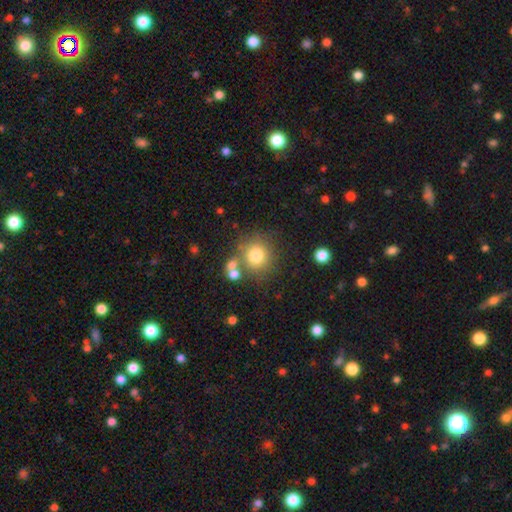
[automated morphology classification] This is likely a smooth galaxy (77%). How rounded: clearly round (88%). Merging: likely none (69%).